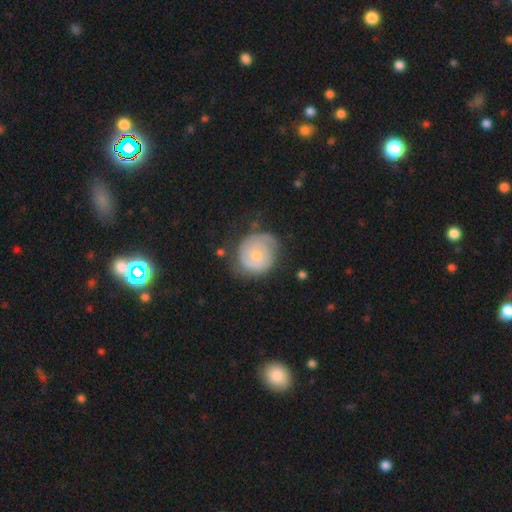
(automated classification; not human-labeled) Q: Smooth or featured?
A: featured or disk (62%); runner-up: smooth (32%)
Q: Edge-on disk?
A: no (98%); runner-up: yes (2%)
Q: Bar?
A: no (74%); runner-up: weak (23%)
Q: Spiral arms?
A: yes (86%); runner-up: no (14%)
Q: Spiral winding?
A: tight (67%); runner-up: medium (24%)
Q: Spiral arm count?
A: 2 (42%); runner-up: can't tell (31%)
Q: Bulge size?
A: small (62%); runner-up: moderate (31%)
Q: Merging?
A: none (65%); runner-up: minor disturbance (23%)